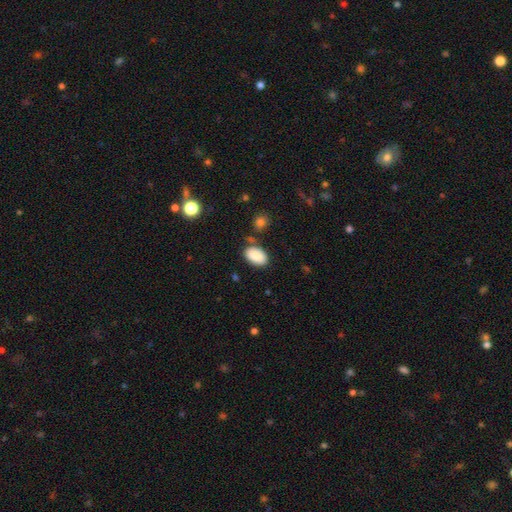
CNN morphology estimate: smooth-or-featured: smooth: 87% | star or artifact: 7% | featured or disk: 6%
  how-rounded: in between: 93% | round: 5% | cigar-shaped: 1%
  merging: none: 76% | minor disturbance: 14% | merger: 6% | major disturbance: 4%